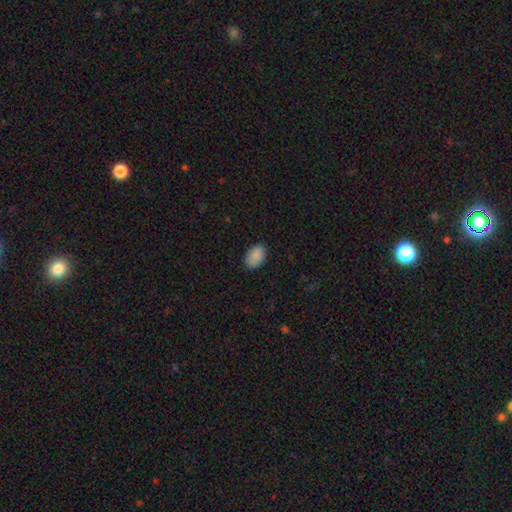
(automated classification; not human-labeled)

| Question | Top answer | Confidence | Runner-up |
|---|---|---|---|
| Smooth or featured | smooth | 89% | star or artifact (7%) |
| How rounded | in between | 89% | round (9%) |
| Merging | none | 86% | minor disturbance (11%) |